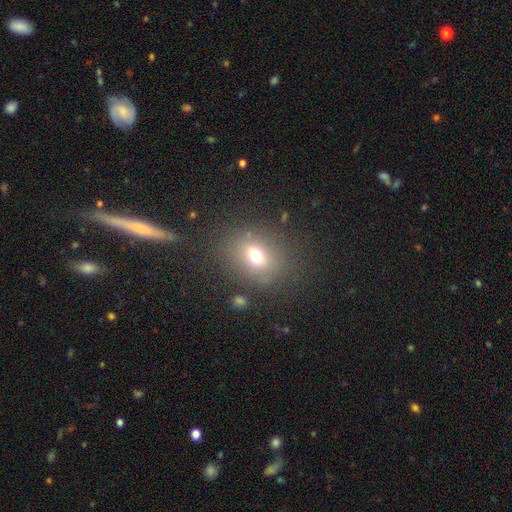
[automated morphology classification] Smooth or featured? Predicted: smooth (p=0.70). How rounded? Predicted: round (p=0.56). Merging? Predicted: none (p=0.78).